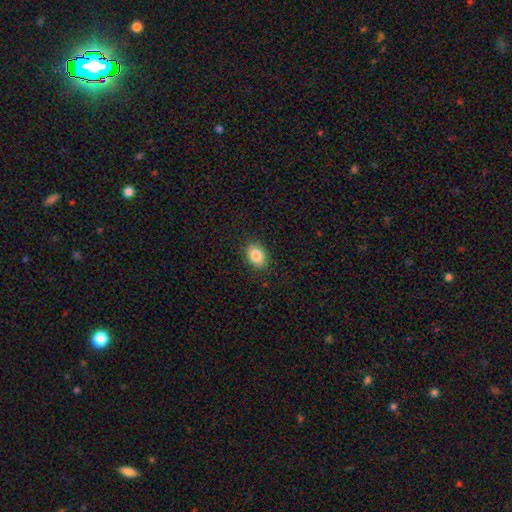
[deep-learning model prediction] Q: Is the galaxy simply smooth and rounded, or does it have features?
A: smooth — 86%.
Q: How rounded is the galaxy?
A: in between — 80%.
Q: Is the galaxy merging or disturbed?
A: none — 88%.